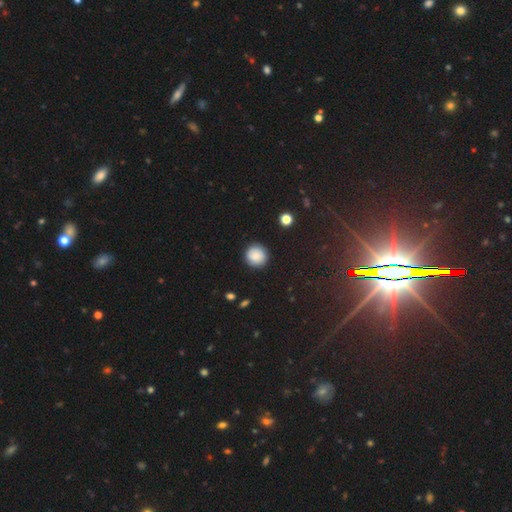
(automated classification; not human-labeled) smooth 82%, star or artifact 9%, featured or disk 9%. Down the decision tree: how rounded — round (94%); merging — none (90%).